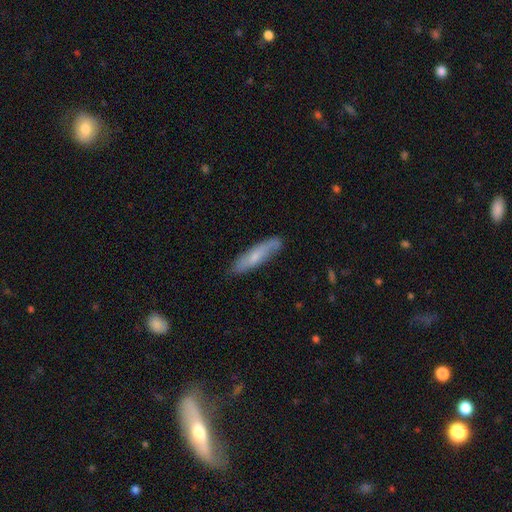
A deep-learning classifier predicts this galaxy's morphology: This appears to be a smooth galaxy with no disk features (57%) that is cigar-shaped (77%). Merging: none (80%).